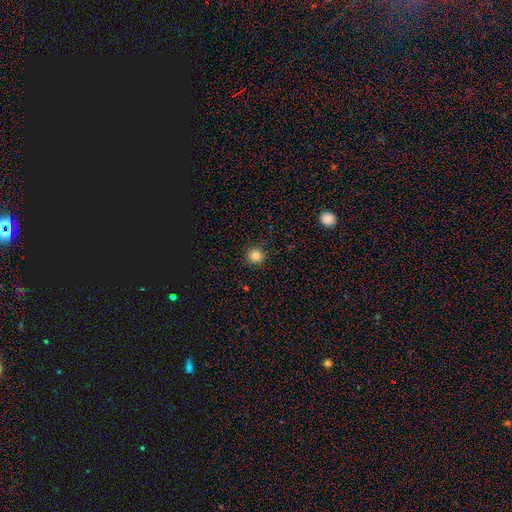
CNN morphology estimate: A smooth galaxy with no disk features (83%) that is round (94%).

Vote fractions:
- Smooth or featured? smooth: 83% / star or artifact: 12% / featured or disk: 5%
- How rounded? round: 94% / in between: 5% / cigar-shaped: 1%
- Merging? none: 92% / minor disturbance: 5% / major disturbance: 2% / merger: 1%